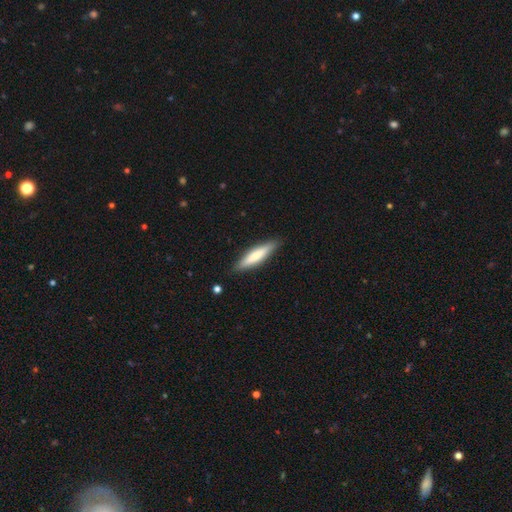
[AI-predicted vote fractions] Overall: smooth (62%; featured or disk 33%). How rounded: cigar-shaped (82%). Merging: none (88%).